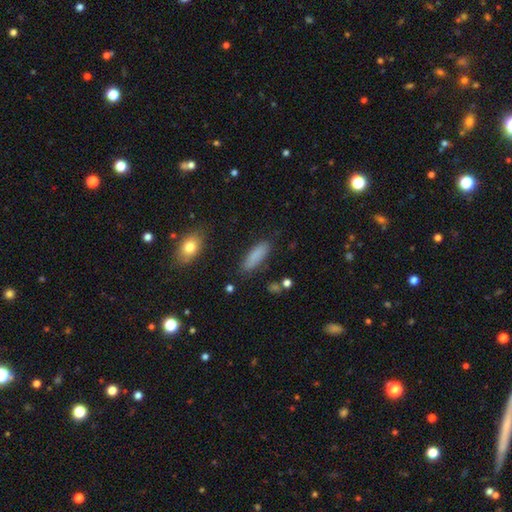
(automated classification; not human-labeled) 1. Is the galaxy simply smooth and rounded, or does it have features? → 84% smooth, 8% star or artifact, 8% featured or disk.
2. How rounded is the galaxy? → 51% in between, 46% cigar-shaped, 2% round.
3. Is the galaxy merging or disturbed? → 84% none, 11% minor disturbance, 3% major disturbance, 2% merger.